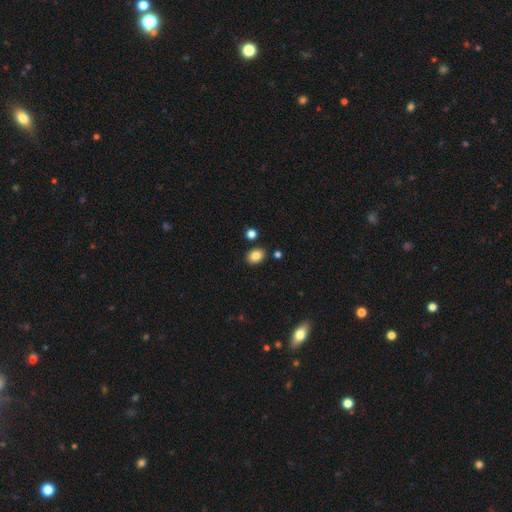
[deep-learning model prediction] Q: Smooth or featured?
A: smooth (84%); runner-up: star or artifact (10%)
Q: How rounded?
A: in between (65%); runner-up: round (34%)
Q: Merging?
A: none (85%); runner-up: minor disturbance (9%)